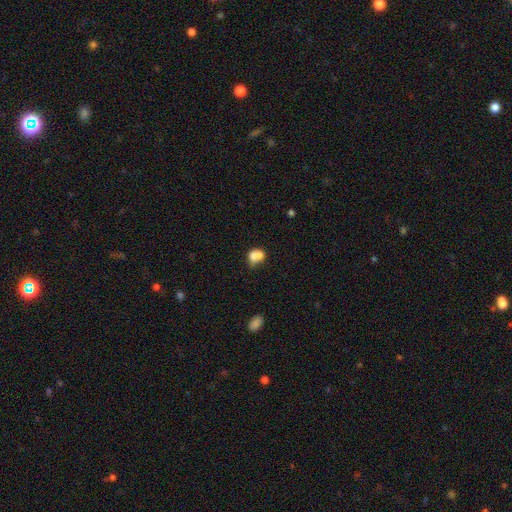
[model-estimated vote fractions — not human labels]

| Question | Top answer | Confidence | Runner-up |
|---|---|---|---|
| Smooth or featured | smooth | 72% | featured or disk (18%) |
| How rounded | round | 50% | in between (49%) |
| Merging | merger | 59% | none (24%) |